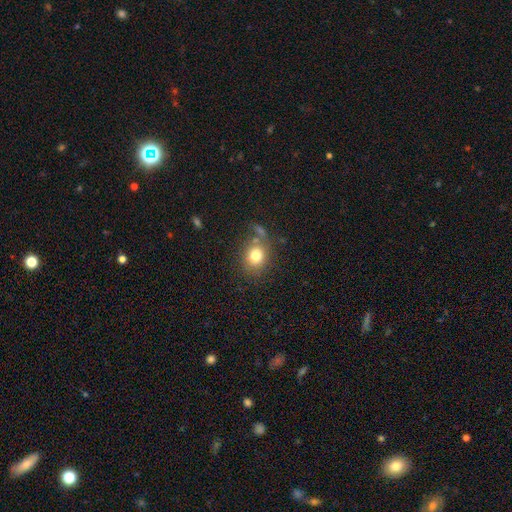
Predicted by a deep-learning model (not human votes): This is likely a smooth galaxy (78%). How rounded: likely round (64%). Merging: likely none (66%).